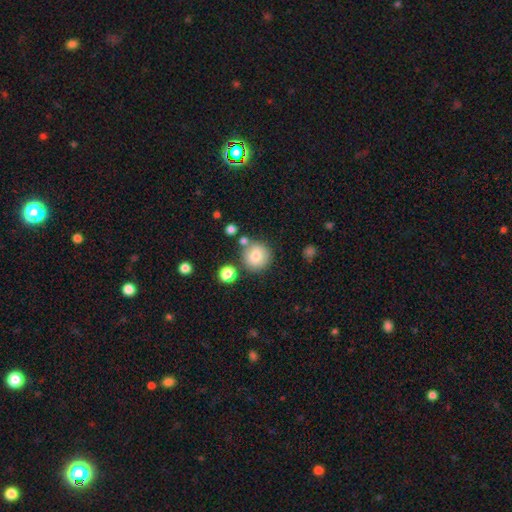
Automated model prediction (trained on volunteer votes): A smooth galaxy with no disk features (79%) that is round (93%). Merging: none (76%).